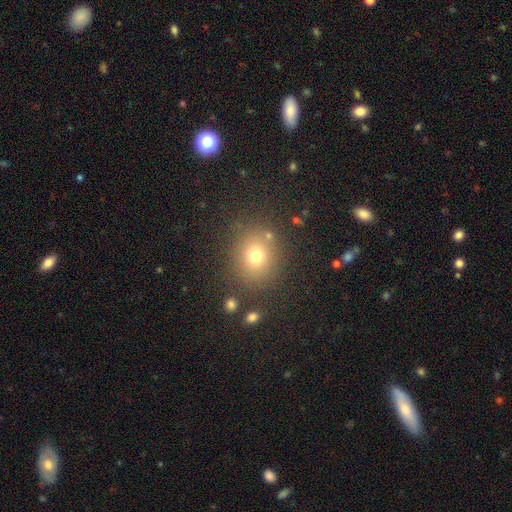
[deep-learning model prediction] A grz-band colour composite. It shows a smooth galaxy with no disk features (73%) that is round (73%). Merging: none (81%).